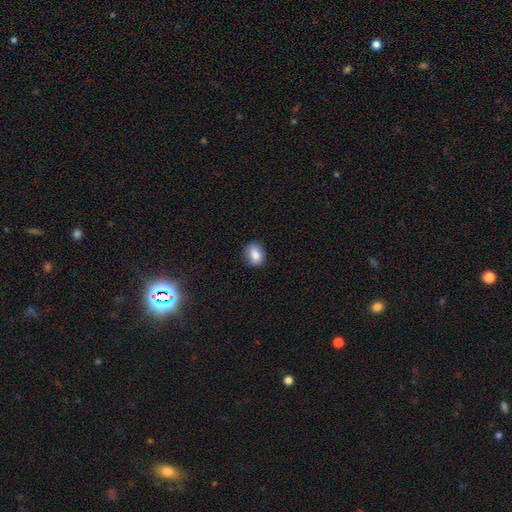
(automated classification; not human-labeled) A smooth galaxy with no disk features (83%) that is in between round and cigar-shaped (52%). Merging: none (83%).